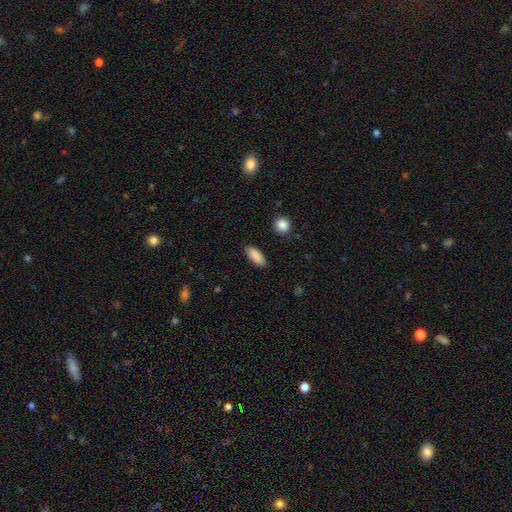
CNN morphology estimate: This is clearly a smooth galaxy (89%). How rounded: clearly in between (82%). Merging: clearly none (87%).